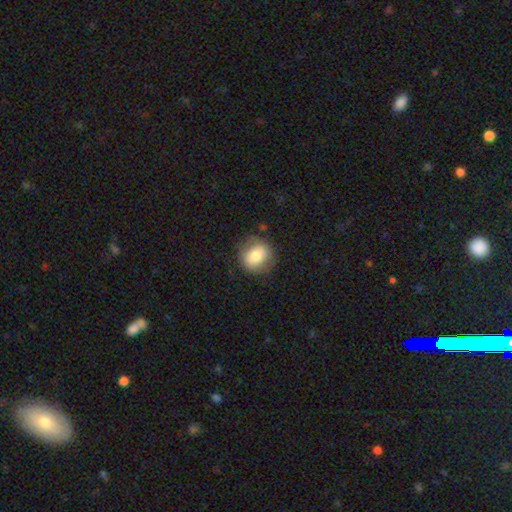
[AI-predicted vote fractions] This appears to be a smooth galaxy with no disk features (76%) that is round (73%). Merging: none (78%).